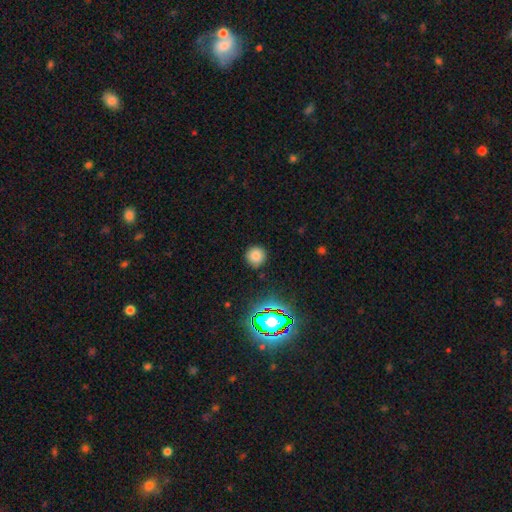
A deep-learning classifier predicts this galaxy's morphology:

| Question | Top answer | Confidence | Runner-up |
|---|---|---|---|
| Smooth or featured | smooth | 76% | star or artifact (18%) |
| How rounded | round | 93% | in between (6%) |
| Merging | none | 87% | minor disturbance (9%) |